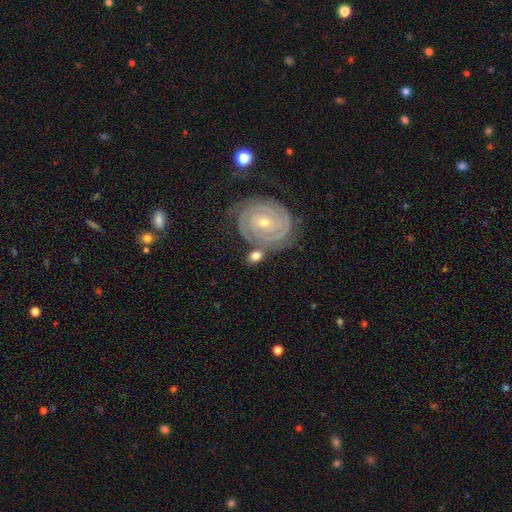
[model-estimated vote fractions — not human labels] This appears to be a featured or disk galaxy (65%) with no bar (69%), 2 (64%) tight (83%) spiral arms (93%) and a small central bulge (57%). Merging: none (68%).